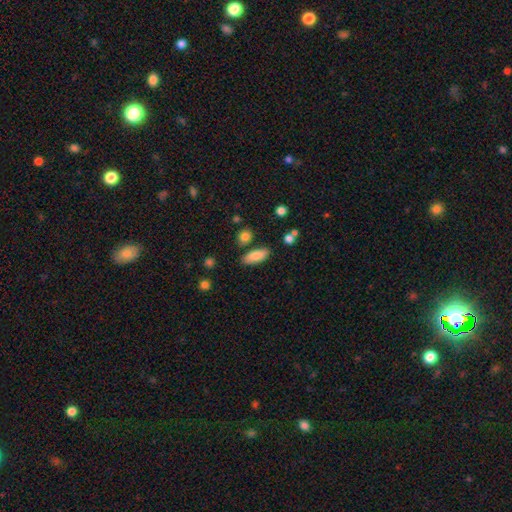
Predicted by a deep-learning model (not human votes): Smooth or featured: smooth — 84% (featured or disk — 9%)
How rounded: in between — 76% (cigar-shaped — 21%)
Merging: none — 80% (minor disturbance — 12%)